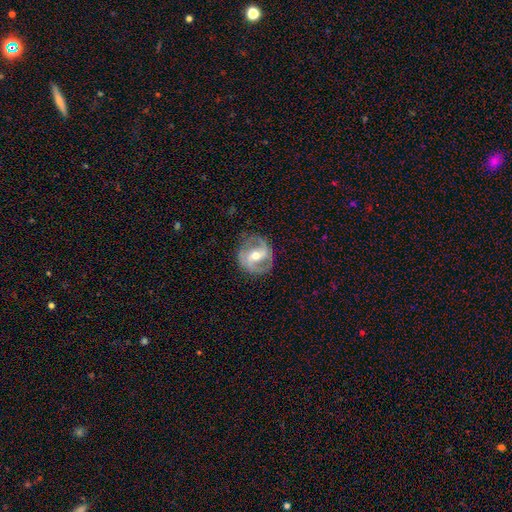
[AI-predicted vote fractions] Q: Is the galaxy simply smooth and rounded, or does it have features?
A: featured or disk — 84%.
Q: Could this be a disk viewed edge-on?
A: no — 97%.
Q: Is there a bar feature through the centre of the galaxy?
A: weak — 40%.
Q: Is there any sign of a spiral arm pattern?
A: yes — 91%.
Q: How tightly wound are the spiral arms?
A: medium — 49%.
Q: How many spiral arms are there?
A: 2 — 83%.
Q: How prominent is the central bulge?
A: moderate — 71%.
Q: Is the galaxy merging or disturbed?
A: none — 80%.